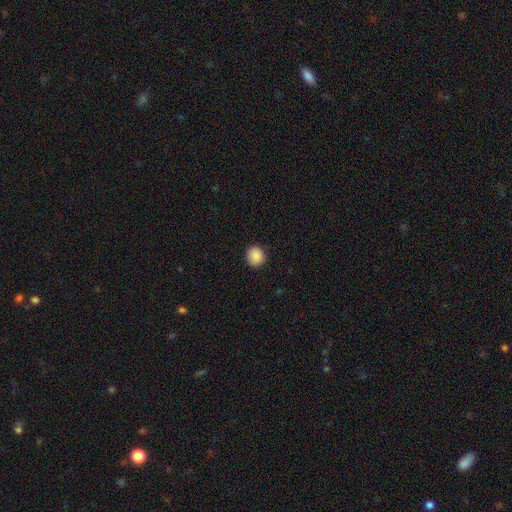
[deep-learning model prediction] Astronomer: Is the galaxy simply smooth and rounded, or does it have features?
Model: smooth — 89%.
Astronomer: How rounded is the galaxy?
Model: round — 88%.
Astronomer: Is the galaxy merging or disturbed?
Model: none — 90%.